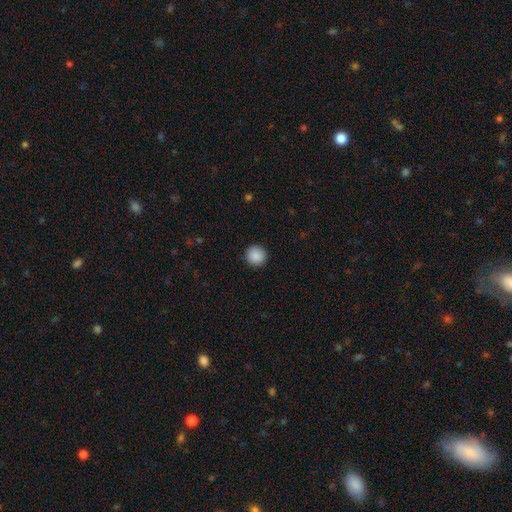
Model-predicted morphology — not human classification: The model was most divided on "smooth or featured": smooth: 89%, star or artifact: 8%, featured or disk: 2%. More confident: how rounded — round (95%); merging — none (92%).